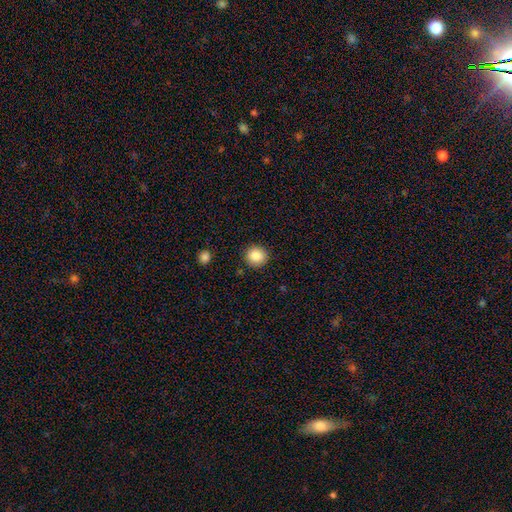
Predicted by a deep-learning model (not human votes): smooth 87%, star or artifact 9%, featured or disk 4%. Down the decision tree: how rounded — round (89%); merging — none (89%).